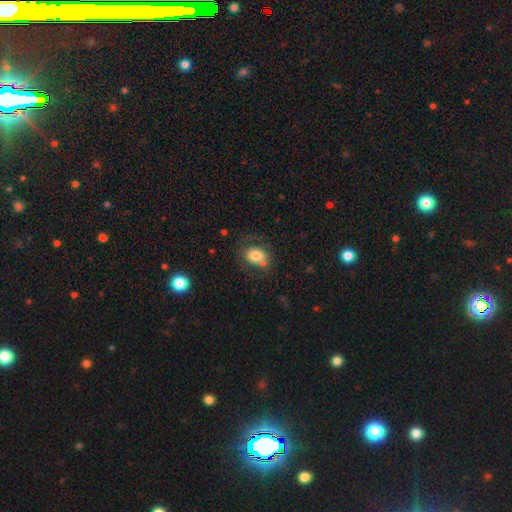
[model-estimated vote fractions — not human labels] A smooth galaxy with no disk features (74%) that is in between round and cigar-shaped (53%).

Vote fractions:
- Smooth or featured? smooth: 74% / featured or disk: 17% / star or artifact: 9%
- How rounded? in between: 53% / round: 46% / cigar-shaped: 1%
- Merging? none: 56% / minor disturbance: 20% / merger: 14% / major disturbance: 10%